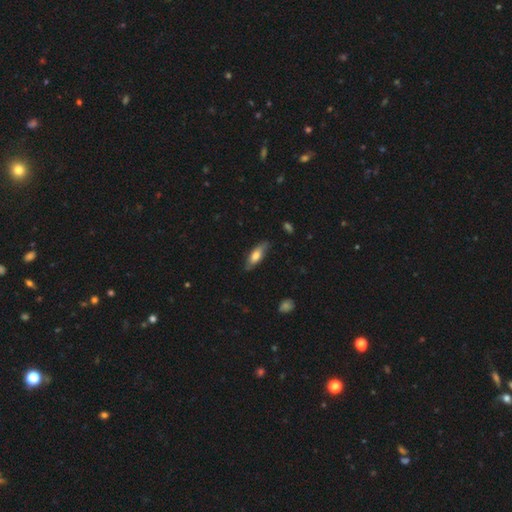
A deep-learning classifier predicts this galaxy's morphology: Q: Smooth or featured?
A: smooth (63%); runner-up: featured or disk (31%)
Q: How rounded?
A: in between (59%); runner-up: cigar-shaped (38%)
Q: Merging?
A: none (75%); runner-up: minor disturbance (20%)